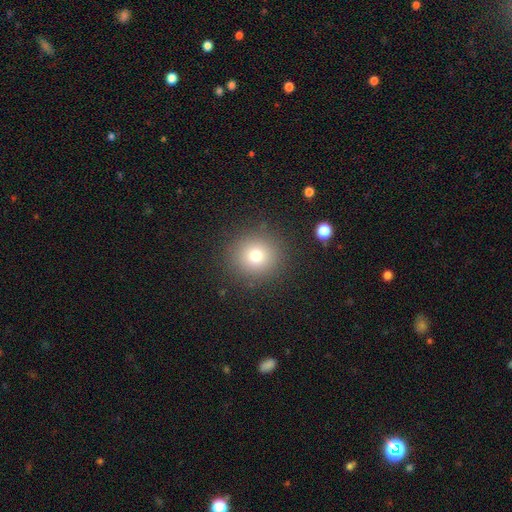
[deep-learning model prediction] Smooth or featured? Predicted: smooth (p=0.76). How rounded? Predicted: round (p=0.90). Merging? Predicted: none (p=0.89).